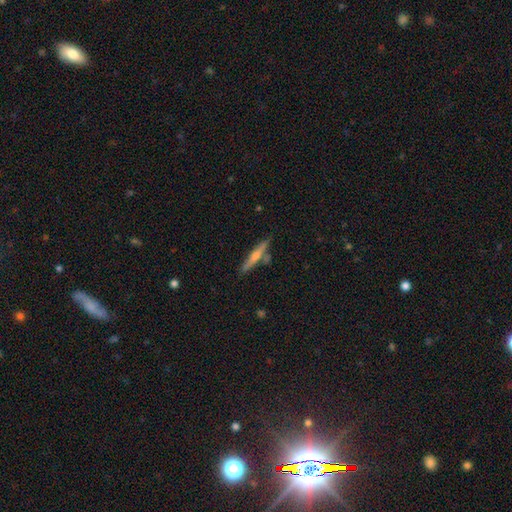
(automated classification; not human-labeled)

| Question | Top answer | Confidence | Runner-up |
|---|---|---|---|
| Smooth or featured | featured or disk | 49% | smooth (45%) |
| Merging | none | 76% | minor disturbance (12%) |